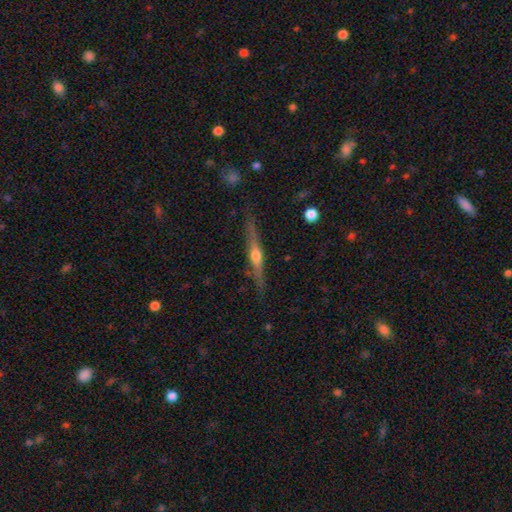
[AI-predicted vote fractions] This is likely a featured or disk galaxy (72%). It is clearly viewed edge-on (97%). Edge-on bulge: clearly rounded (88%). Merging: clearly none (83%).